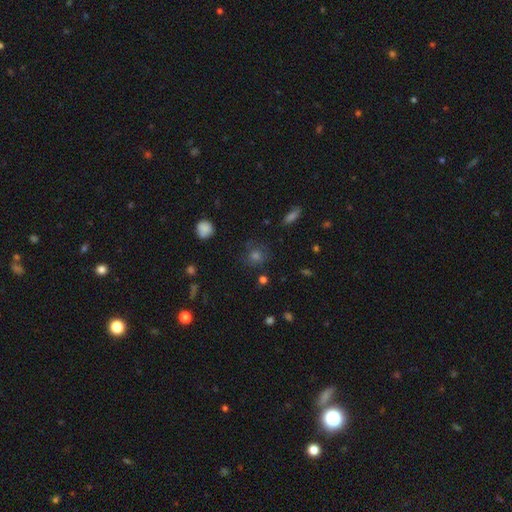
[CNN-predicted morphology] smooth_or_featured: smooth (p=0.60) [alt: star or artifact p=0.28]
how_rounded: round (p=0.87) [alt: in between p=0.12]
merging: none (p=0.79) [alt: minor disturbance p=0.13]